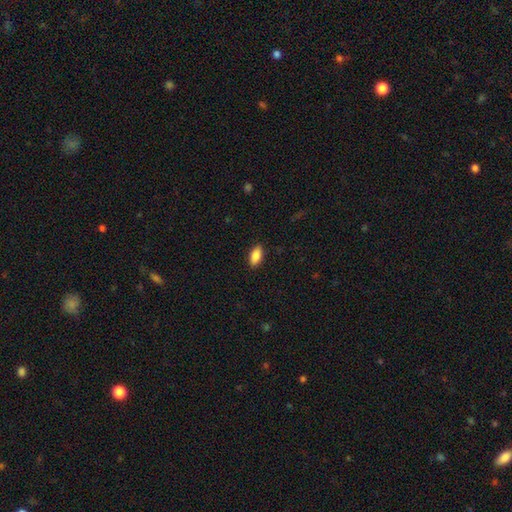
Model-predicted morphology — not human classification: A smooth galaxy with no disk features (87%) that is in between round and cigar-shaped (90%). Merging: none (89%).